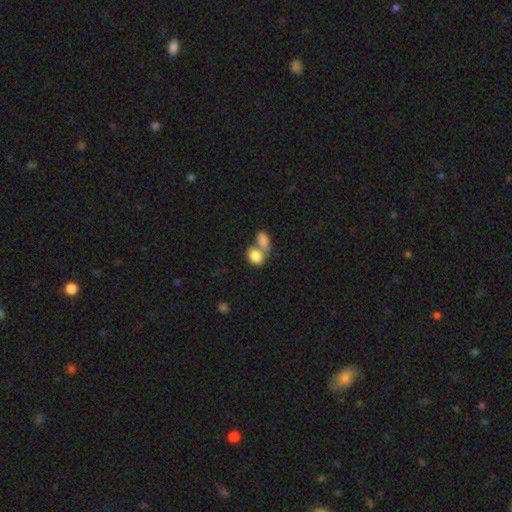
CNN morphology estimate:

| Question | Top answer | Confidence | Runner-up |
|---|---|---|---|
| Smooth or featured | smooth | 84% | featured or disk (9%) |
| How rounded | in between | 74% | round (24%) |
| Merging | merger | 65% | none (24%) |